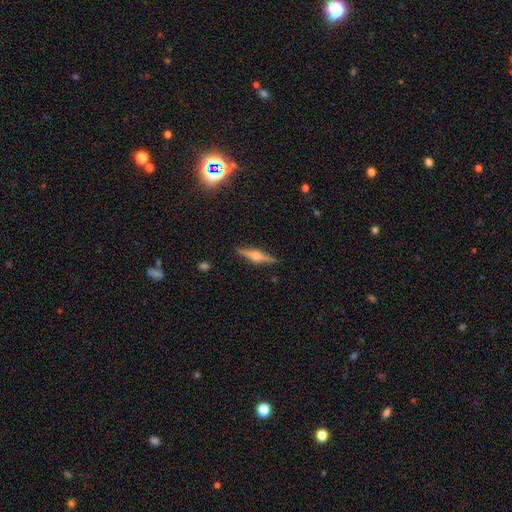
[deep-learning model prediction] Smooth or featured? Predicted: featured or disk (p=0.71). Edge-on disk? Predicted: yes (p=0.97). Edge-on bulge? Predicted: rounded (p=0.90). Merging? Predicted: none (p=0.90).